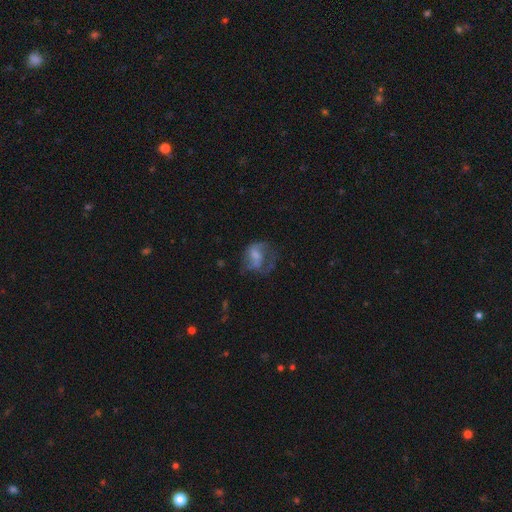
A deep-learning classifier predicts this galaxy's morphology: Smooth or featured?
  - featured or disk: 47% *
  - smooth: 43%
  - star or artifact: 11%
Merging?
  - major disturbance: 41% *
  - none: 32%
  - minor disturbance: 23%
  - merger: 3%